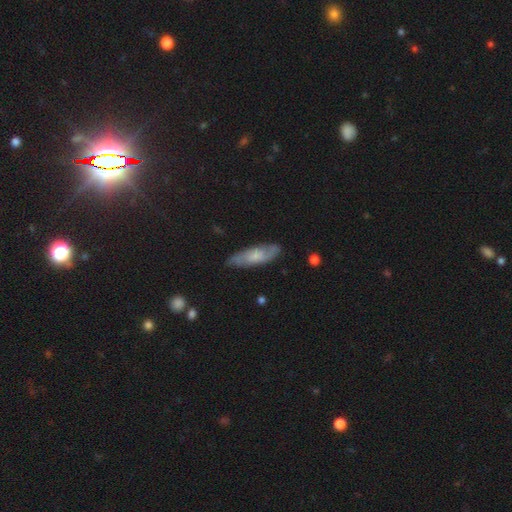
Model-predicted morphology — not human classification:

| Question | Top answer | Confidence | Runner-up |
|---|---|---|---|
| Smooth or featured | featured or disk | 51% | smooth (43%) |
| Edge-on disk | no | 75% | yes (25%) |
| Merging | none | 78% | minor disturbance (17%) |